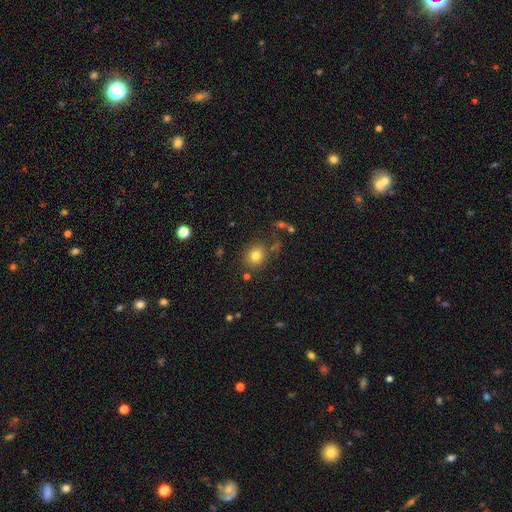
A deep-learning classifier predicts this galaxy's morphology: This is likely a smooth galaxy (78%). How rounded: clearly round (81%). Merging: likely none (80%).